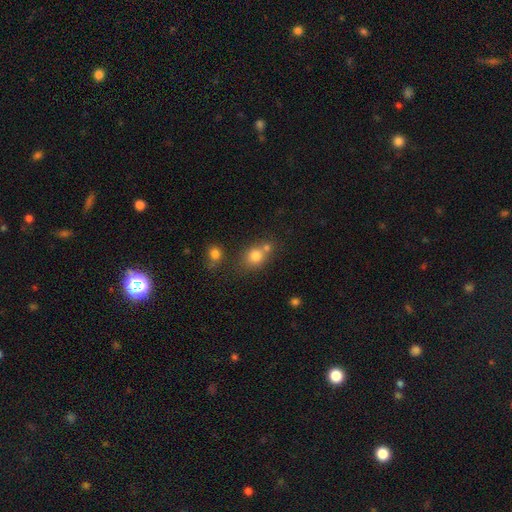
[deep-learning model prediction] Morphology: type=smooth (78%); roundness=round (67%); merging=none (52%).